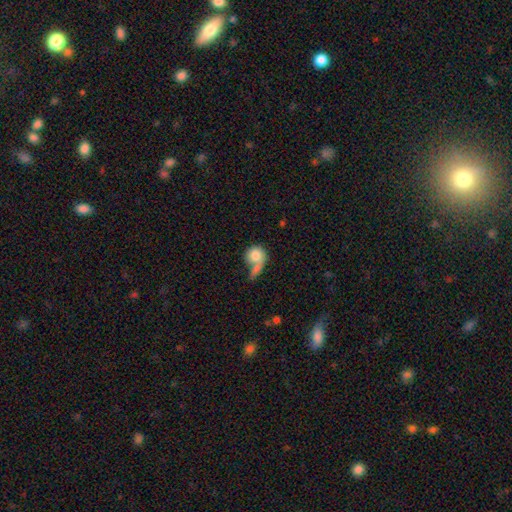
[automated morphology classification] The model was most divided on "merging": merger: 41%, none: 28%, major disturbance: 18%, minor disturbance: 13%. More confident: how rounded — round (81%); smooth or featured — smooth (77%).